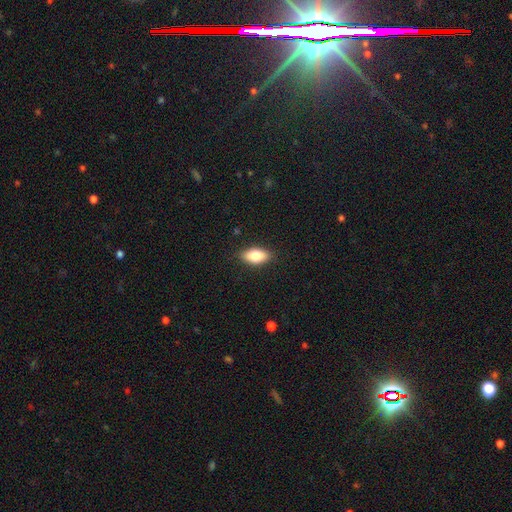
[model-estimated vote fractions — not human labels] A smooth galaxy with no disk features (79%) that is in between round and cigar-shaped (88%).

Vote fractions:
- Smooth or featured? smooth: 79% / featured or disk: 14% / star or artifact: 7%
- How rounded? in between: 88% / cigar-shaped: 8% / round: 4%
- Merging? none: 87% / minor disturbance: 10% / major disturbance: 2% / merger: 1%